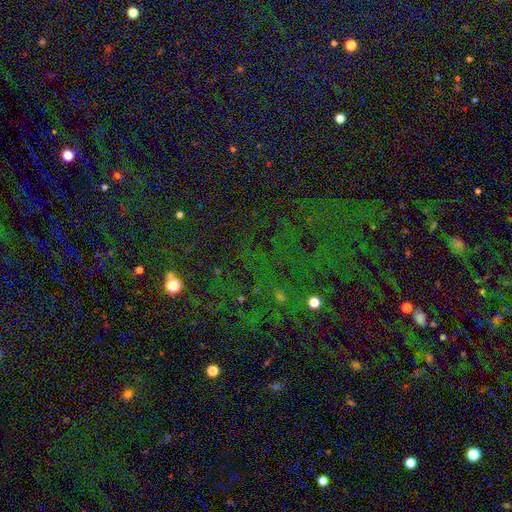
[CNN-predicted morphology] type=star or artifact (76%).